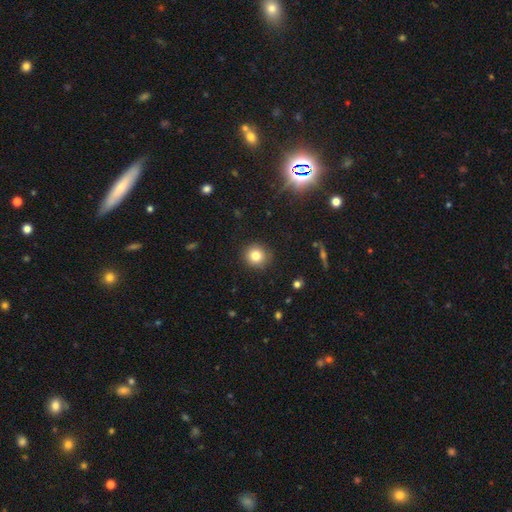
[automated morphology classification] A smooth galaxy with no disk features (81%) that is round (90%).

Vote fractions:
- Smooth or featured? smooth: 81% / star or artifact: 12% / featured or disk: 7%
- How rounded? round: 90% / in between: 9% / cigar-shaped: 1%
- Merging? none: 90% / minor disturbance: 7% / major disturbance: 2% / merger: 1%